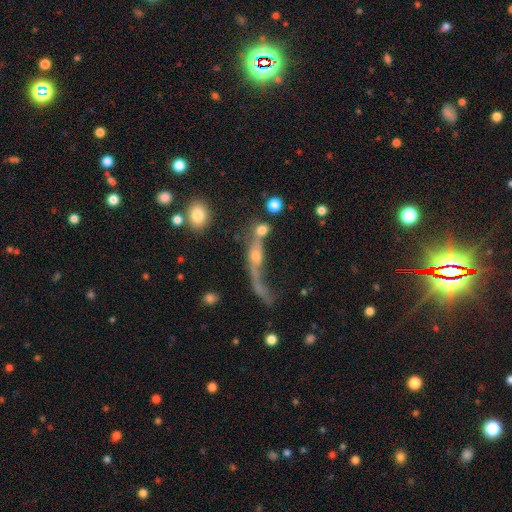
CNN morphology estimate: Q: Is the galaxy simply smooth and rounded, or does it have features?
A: featured or disk — 46%.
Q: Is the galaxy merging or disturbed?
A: major disturbance — 30%, tied with merger.